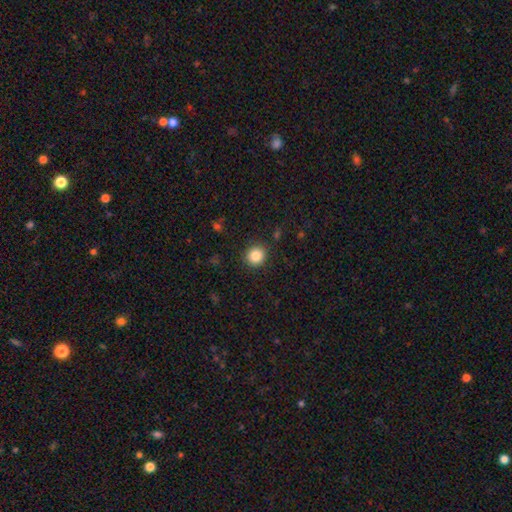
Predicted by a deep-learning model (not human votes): Overall: smooth (86%). How rounded: round (88%). Merging: none (89%).